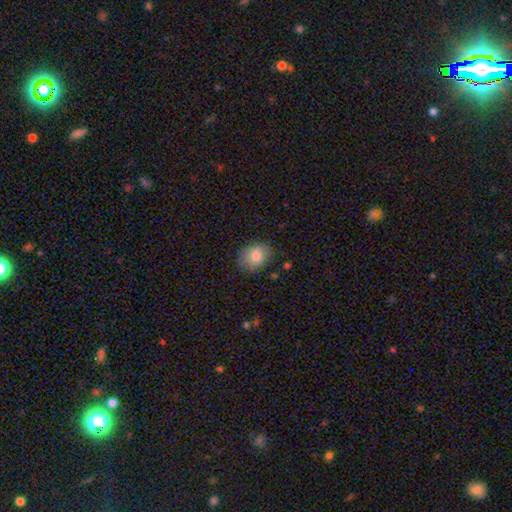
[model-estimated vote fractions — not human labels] The model was most divided on "how rounded": in between: 58%, round: 41%, cigar-shaped: 1%. More confident: smooth or featured — smooth (81%); merging — none (76%).